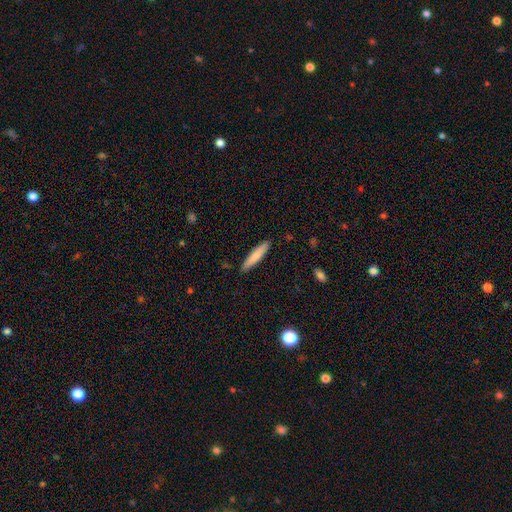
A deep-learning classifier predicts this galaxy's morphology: A smooth galaxy with no disk features (80%) that is cigar-shaped (89%). Merging: none (90%).